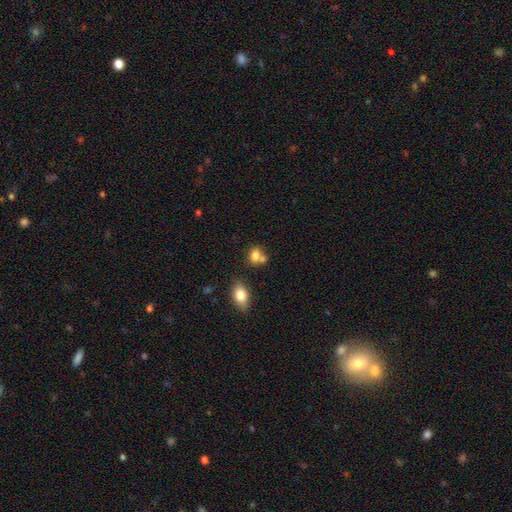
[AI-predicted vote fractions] Overall: smooth (79%). How rounded: in between (55%; round 43%). Merging: none (42%; merger 41%).